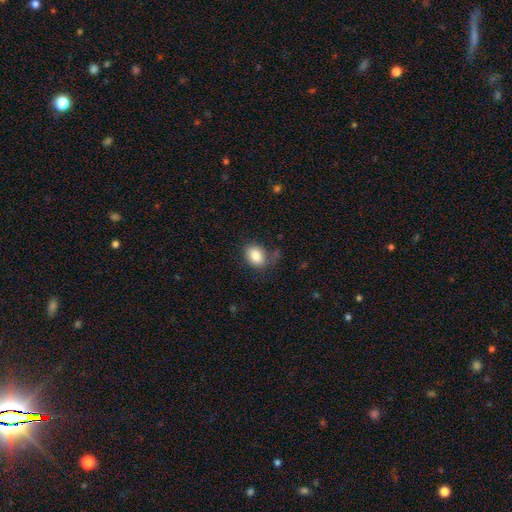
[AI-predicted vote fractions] smooth-or-featured: smooth: 84% | star or artifact: 8% | featured or disk: 8%
  how-rounded: in between: 71% | round: 28% | cigar-shaped: 1%
  merging: none: 68% | minor disturbance: 20% | major disturbance: 8% | merger: 4%